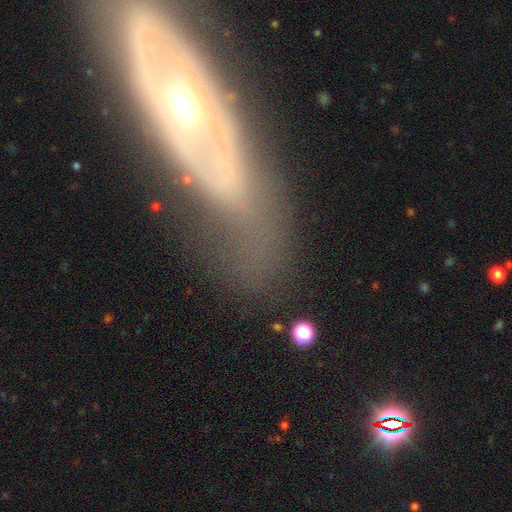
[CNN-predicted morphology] The model was most divided on "smooth or featured": featured or disk: 52%, smooth: 30%, star or artifact: 18%. Remaining: edge-on disk — no (67%); merging — none (48%).